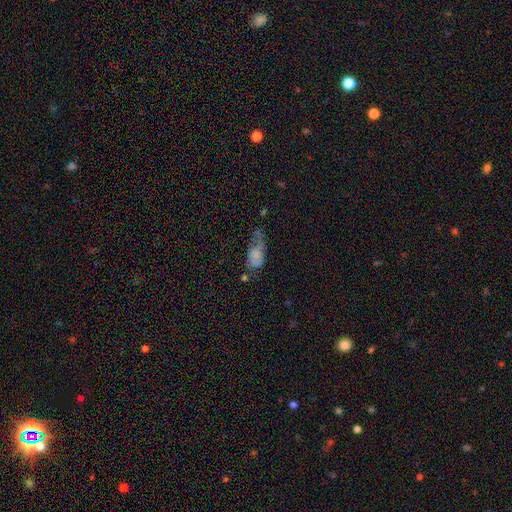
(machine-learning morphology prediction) A smooth galaxy with no disk features (61%) that is in between round and cigar-shaped (86%).

Vote fractions:
- Smooth or featured? smooth: 61% / featured or disk: 28% / star or artifact: 11%
- How rounded? in between: 86% / cigar-shaped: 7% / round: 7%
- Merging? major disturbance: 43% / minor disturbance: 28% / none: 20% / merger: 10%